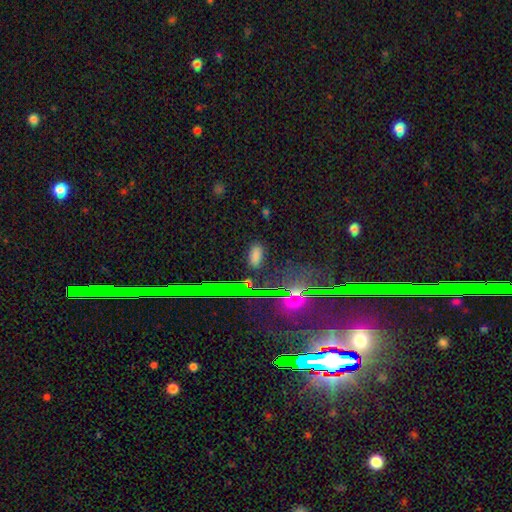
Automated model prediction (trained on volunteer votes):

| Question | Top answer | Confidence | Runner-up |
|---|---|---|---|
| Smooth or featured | smooth | 73% | star or artifact (21%) |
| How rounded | in between | 86% | cigar-shaped (9%) |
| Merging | none | 85% | minor disturbance (10%) |